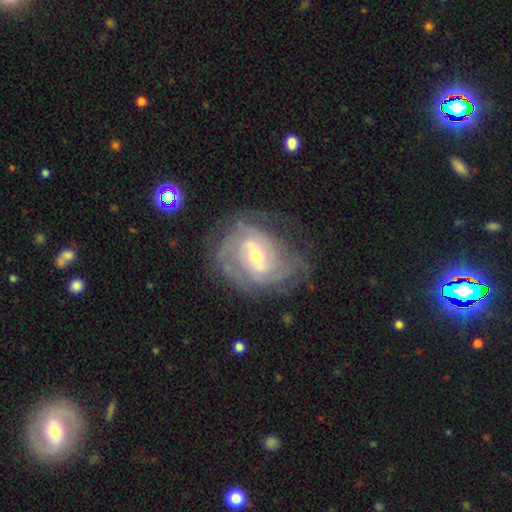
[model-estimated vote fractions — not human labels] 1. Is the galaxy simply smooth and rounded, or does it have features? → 84% featured or disk, 10% smooth, 6% star or artifact.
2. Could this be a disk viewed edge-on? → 97% no, 3% yes.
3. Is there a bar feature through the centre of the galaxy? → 51% weak, 29% strong, 20% no.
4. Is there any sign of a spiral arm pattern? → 91% yes, 9% no.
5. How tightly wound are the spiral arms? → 57% tight, 32% medium, 11% loose.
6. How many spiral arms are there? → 37% can't tell, 32% 2, 17% 3, 7% 4, 4% 1, 4% more than 4.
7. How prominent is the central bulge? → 54% moderate, 41% small, 3% large, 1% none, 1% dominant.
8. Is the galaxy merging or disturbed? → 63% none, 21% minor disturbance, 14% major disturbance, 2% merger.